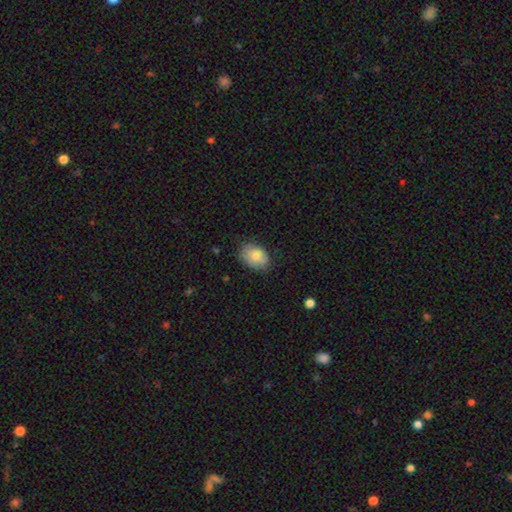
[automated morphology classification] This is clearly a smooth galaxy (81%). How rounded: clearly in between (80%). Merging: likely none (74%).